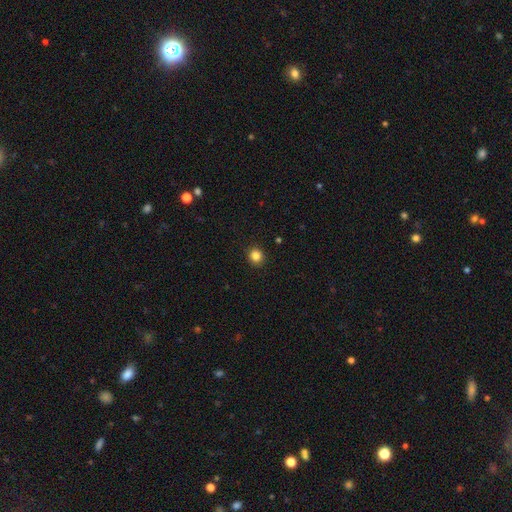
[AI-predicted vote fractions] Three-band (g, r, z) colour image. It shows a smooth galaxy with no disk features (84%) that is round (91%). Merging: none (93%).